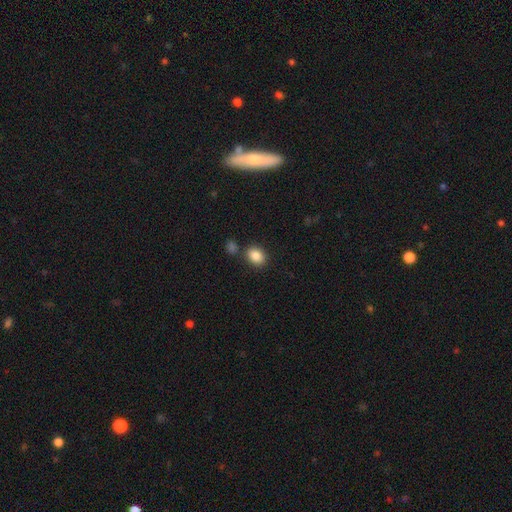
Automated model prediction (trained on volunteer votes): smooth 86%, star or artifact 9%, featured or disk 5%. Down the decision tree: how rounded — in between (59%); merging — none (78%).